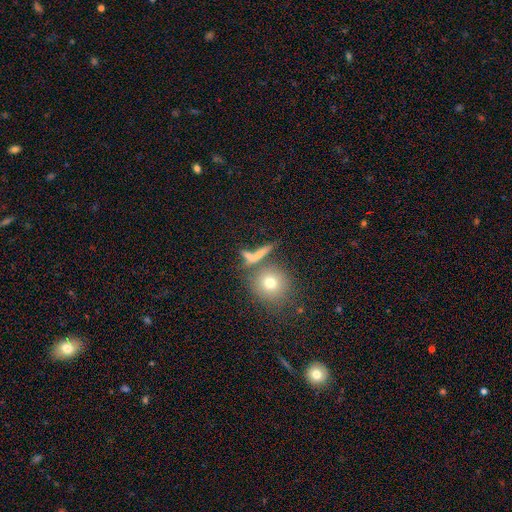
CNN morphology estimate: Overall: smooth (61%; featured or disk 24%). How rounded: cigar-shaped (39%; round 35%). Merging: none (55%; merger 23%).